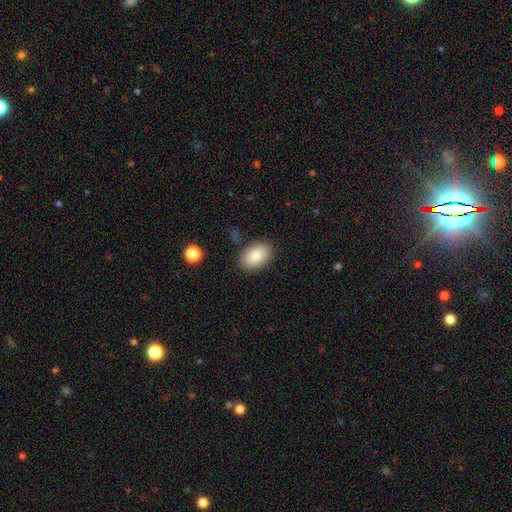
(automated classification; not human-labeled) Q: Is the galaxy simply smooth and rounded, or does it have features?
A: smooth — 85%.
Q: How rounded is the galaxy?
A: in between — 90%.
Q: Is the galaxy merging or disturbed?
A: none — 84%.